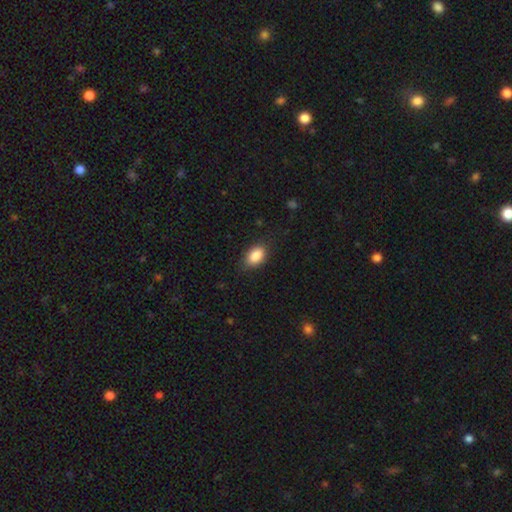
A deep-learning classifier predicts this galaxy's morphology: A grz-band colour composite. It shows a smooth galaxy with no disk features (88%) that is in between round and cigar-shaped (90%). Merging: none (81%).